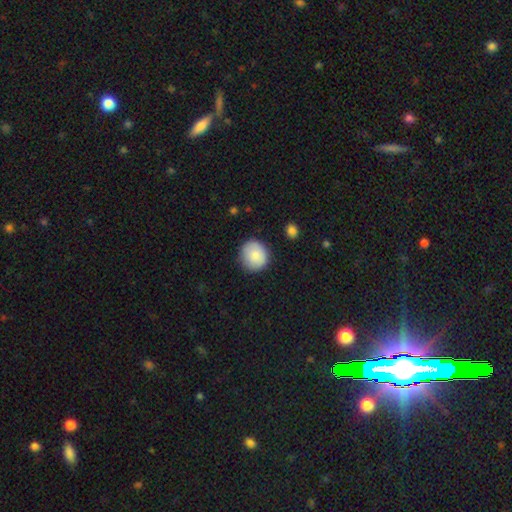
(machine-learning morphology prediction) A smooth galaxy with no disk features (86%) that is round (88%). Merging: none (86%).